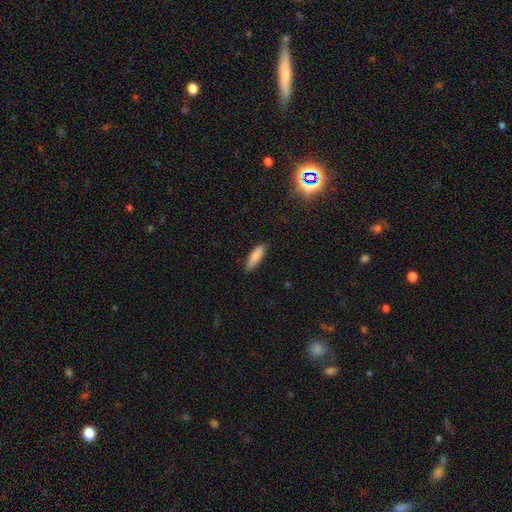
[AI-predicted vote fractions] Q: Smooth or featured?
A: smooth (84%); runner-up: featured or disk (9%)
Q: How rounded?
A: cigar-shaped (54%); runner-up: in between (44%)
Q: Merging?
A: none (86%); runner-up: minor disturbance (11%)